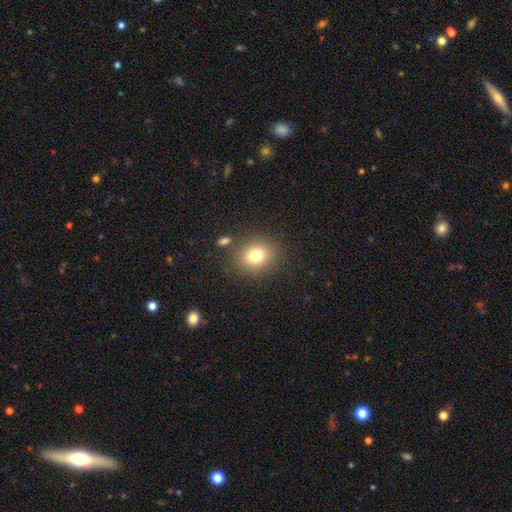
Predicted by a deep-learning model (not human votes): Smooth or featured? Predicted: smooth (p=0.78). How rounded? Predicted: round (p=0.67). Merging? Predicted: none (p=0.82).